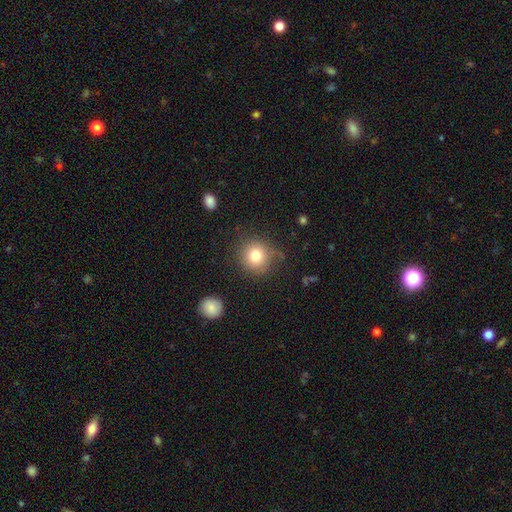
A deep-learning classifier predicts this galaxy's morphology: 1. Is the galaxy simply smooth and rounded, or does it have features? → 81% smooth, 11% star or artifact, 8% featured or disk.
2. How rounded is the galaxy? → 91% round, 8% in between, 1% cigar-shaped.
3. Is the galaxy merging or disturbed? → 79% none, 14% minor disturbance, 5% major disturbance, 2% merger.